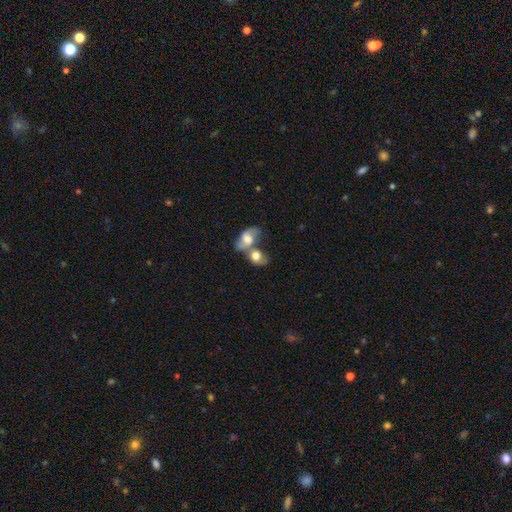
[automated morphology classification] smooth 66%, featured or disk 26%, star or artifact 7%. Down the decision tree: how rounded — in between (65%); merging — merger (59%).